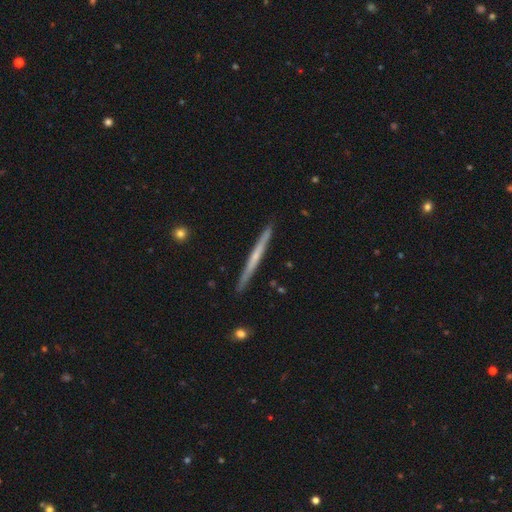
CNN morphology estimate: Overall: featured or disk (63%; smooth 31%). Edge-on disk: yes (98%). Edge-on bulge: none (63%; rounded 32%). Merging: none (91%).